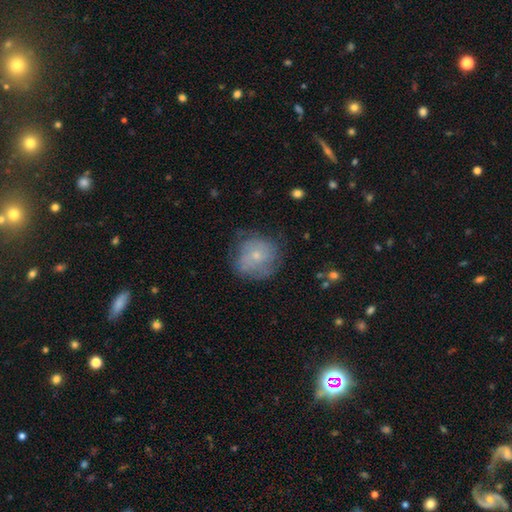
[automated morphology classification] Smooth or featured?
  - smooth: 48% *
  - featured or disk: 43%
  - star or artifact: 9%
Merging?
  - none: 64% *
  - minor disturbance: 23%
  - major disturbance: 11%
  - merger: 2%